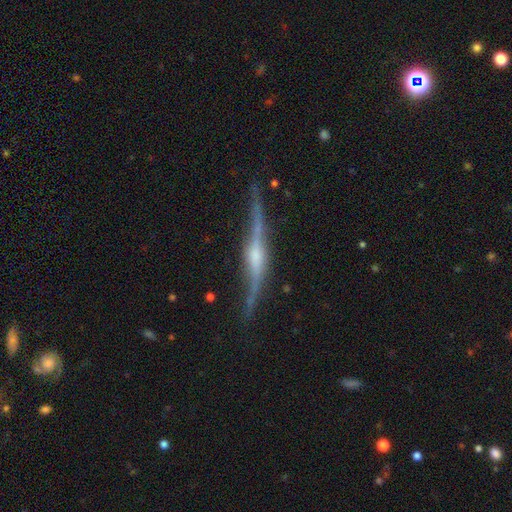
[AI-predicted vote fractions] Smooth or featured: featured or disk — 87% (smooth — 7%)
Edge-on disk: yes — 96% (no — 4%)
Edge-on bulge: rounded — 72% (boxy — 19%)
Merging: none — 80% (minor disturbance — 15%)